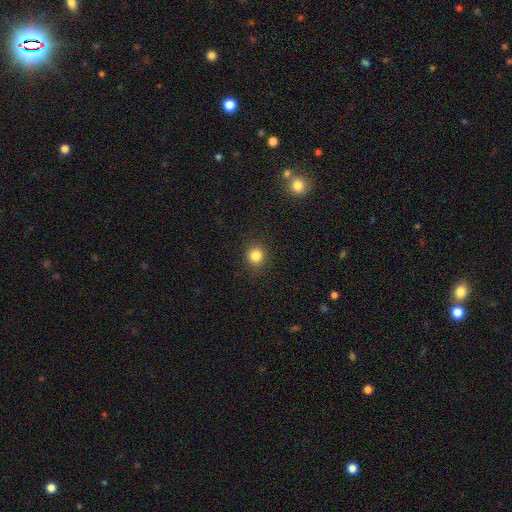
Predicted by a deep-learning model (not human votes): smooth 83%, star or artifact 12%, featured or disk 5%. Down the decision tree: how rounded — round (88%); merging — none (88%).